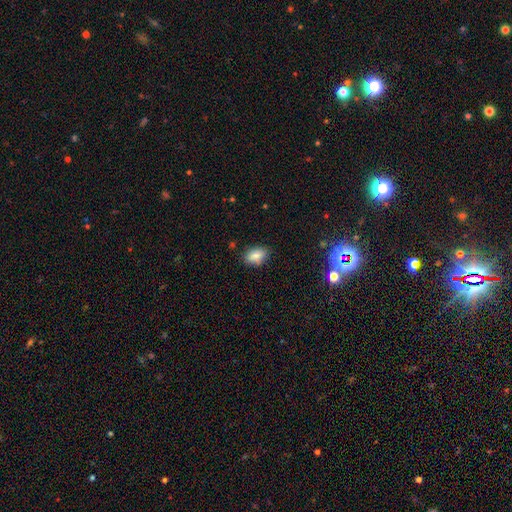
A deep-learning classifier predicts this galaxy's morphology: Smooth or featured?
  - smooth: 82% *
  - star or artifact: 10%
  - featured or disk: 8%
How rounded?
  - in between: 88% *
  - round: 10%
  - cigar-shaped: 2%
Merging?
  - none: 78% *
  - minor disturbance: 16%
  - major disturbance: 3%
  - merger: 2%